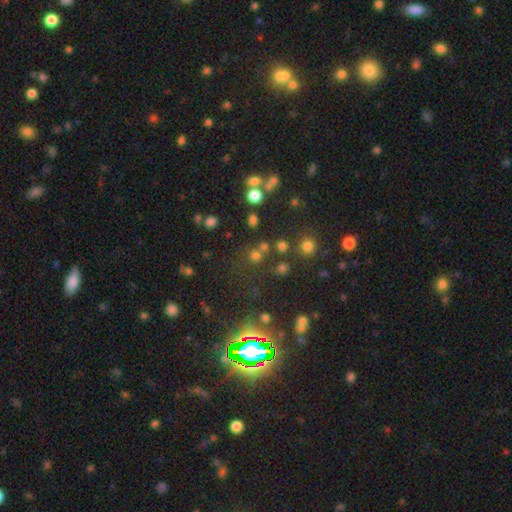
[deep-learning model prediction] This appears to be a smooth galaxy with no disk features (63%) that is round (90%). Merging: none (70%).